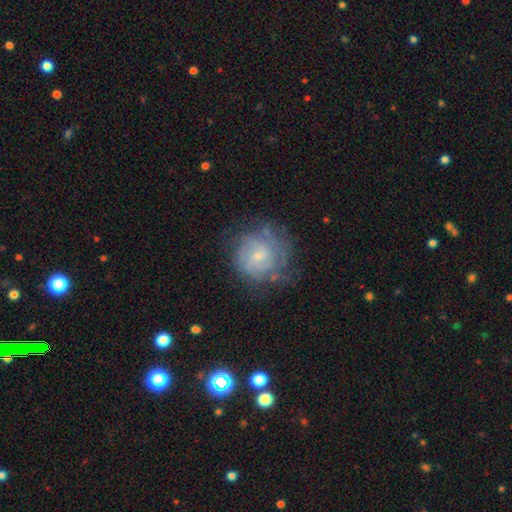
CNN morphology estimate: Q: Smooth or featured?
A: featured or disk (64%); runner-up: smooth (28%)
Q: Edge-on disk?
A: no (98%); runner-up: yes (2%)
Q: Bar?
A: no (64%); runner-up: weak (32%)
Q: Spiral arms?
A: yes (80%); runner-up: no (20%)
Q: Spiral winding?
A: tight (61%); runner-up: medium (29%)
Q: Spiral arm count?
A: can't tell (52%); runner-up: 2 (18%)
Q: Bulge size?
A: small (65%); runner-up: moderate (28%)
Q: Merging?
A: none (63%); runner-up: minor disturbance (21%)